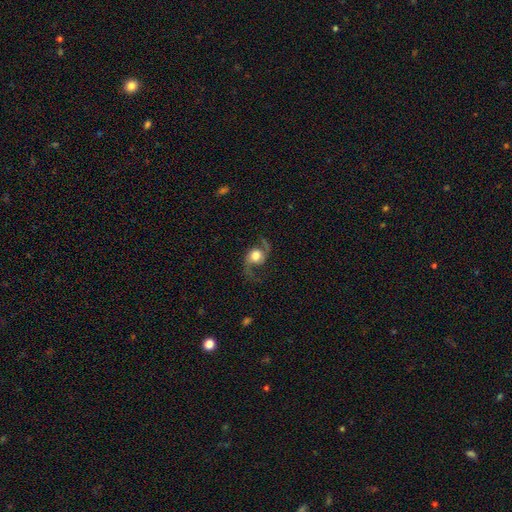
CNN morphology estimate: Overall: featured or disk (78%). Edge-on disk: no (97%). Bar: no (71%). Spiral arms: yes (95%). Spiral arm count: 2 (93%). Spiral winding: loose (70%). Bulge size: large (44%; moderate 40%). Merging: none (70%).